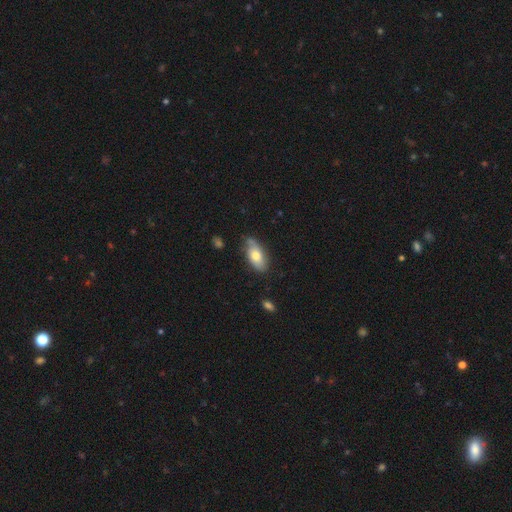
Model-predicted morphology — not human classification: This appears to be a smooth galaxy with no disk features (62%) that is in between round and cigar-shaped (89%). Merging: none (65%).